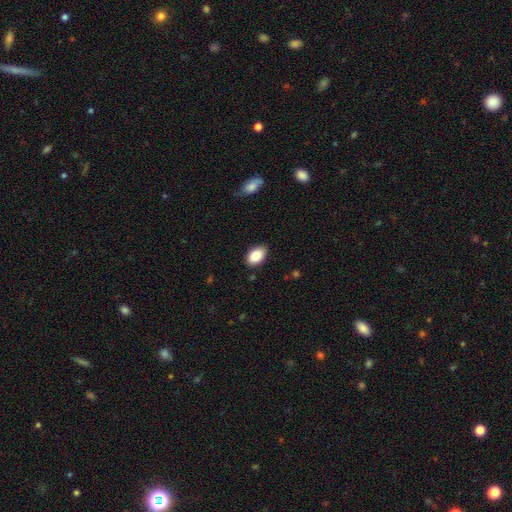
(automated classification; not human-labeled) smooth 86%, star or artifact 7%, featured or disk 7%. Down the decision tree: how rounded — in between (92%); merging — none (86%).